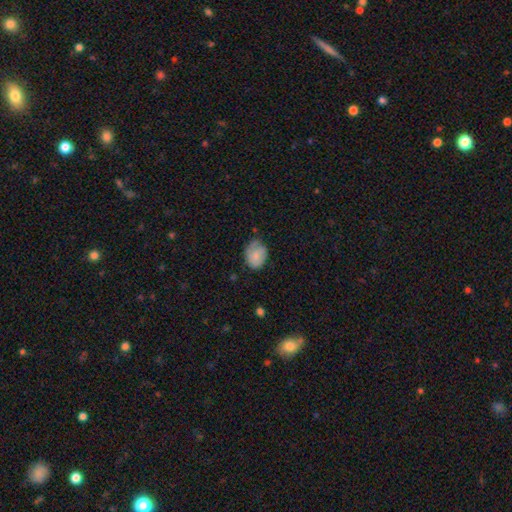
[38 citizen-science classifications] A smooth galaxy with no disk features (84%) that is in between round and cigar-shaped (72%). Merging: none (57%).